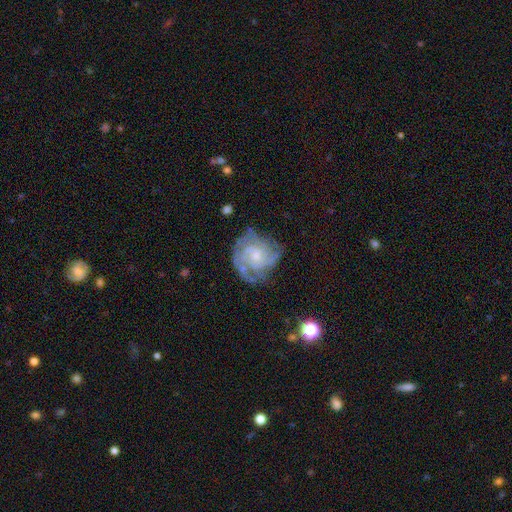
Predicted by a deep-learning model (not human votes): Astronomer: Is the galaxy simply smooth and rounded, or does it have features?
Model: featured or disk — 85%.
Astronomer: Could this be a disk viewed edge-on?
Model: no — 98%.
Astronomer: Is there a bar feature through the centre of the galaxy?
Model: no — 68%.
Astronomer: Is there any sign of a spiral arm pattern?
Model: yes — 95%.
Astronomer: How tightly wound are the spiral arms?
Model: tight — 62%.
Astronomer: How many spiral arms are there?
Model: can't tell — 29% (runner-up: 3, 25%).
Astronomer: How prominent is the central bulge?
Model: small — 56% (runner-up: moderate, 34%).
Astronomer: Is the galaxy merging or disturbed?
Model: none — 65%.